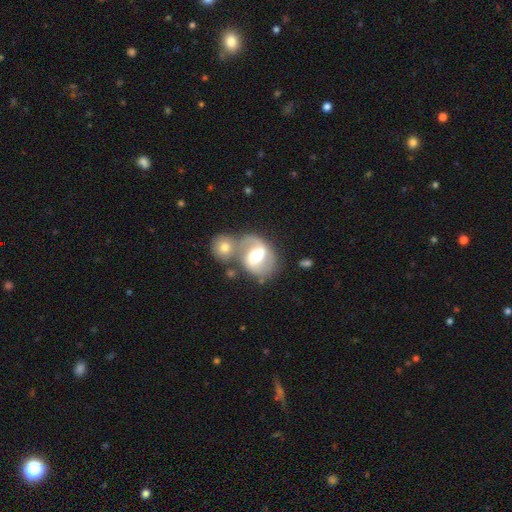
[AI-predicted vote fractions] This is likely a featured or disk galaxy (72%). It is clearly not viewed edge-on (97%). Bar: marginally strong (43%, tied with weak). Spiral arm pattern: clearly yes (82%). Spiral arm count: clearly 2 (82%). Spiral winding: possibly medium (49%). Central bulge: likely moderate (61%). Merging: possibly merger (46%).